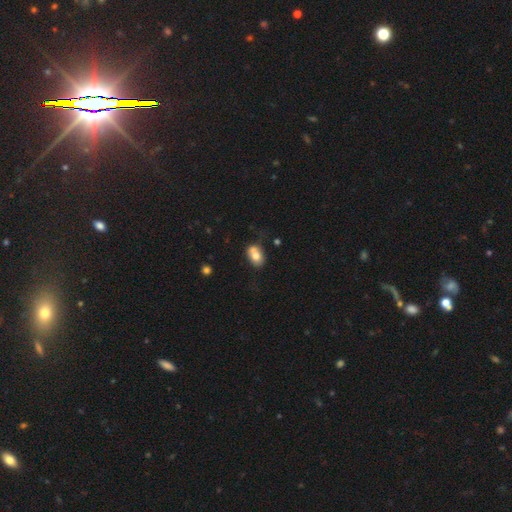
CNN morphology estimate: smooth-or-featured: smooth: 72% | featured or disk: 19% | star or artifact: 9%
  how-rounded: in between: 77% | round: 22% | cigar-shaped: 1%
  merging: none: 45% | merger: 30% | minor disturbance: 19% | major disturbance: 6%